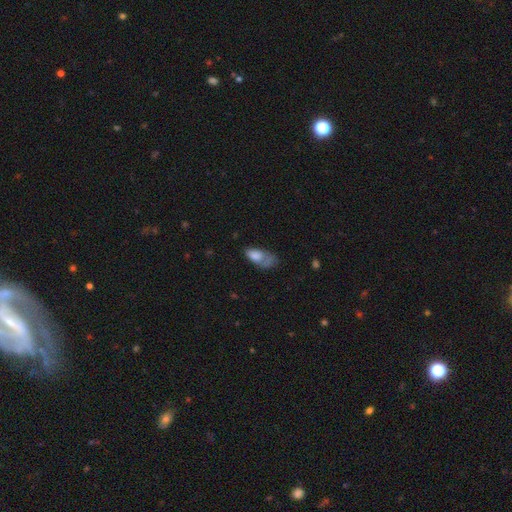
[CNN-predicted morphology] smooth-or-featured: smooth: 68% | featured or disk: 23% | star or artifact: 9%
  how-rounded: in between: 87% | cigar-shaped: 8% | round: 5%
  merging: major disturbance: 39% | none: 27% | minor disturbance: 25% | merger: 8%